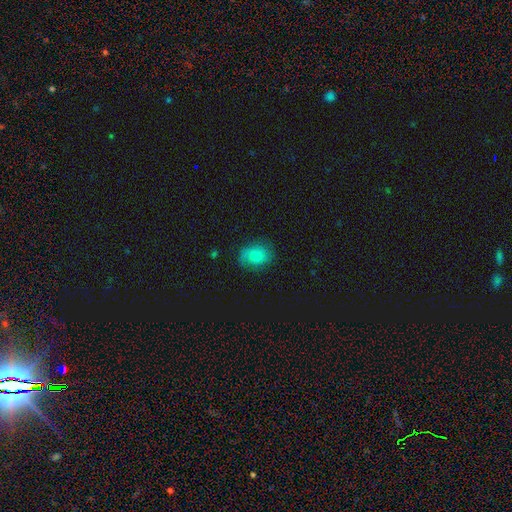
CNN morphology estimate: Smooth or featured: smooth — 63% (featured or disk — 27%)
How rounded: in between — 62% (round — 37%)
Merging: none — 74% (minor disturbance — 19%)